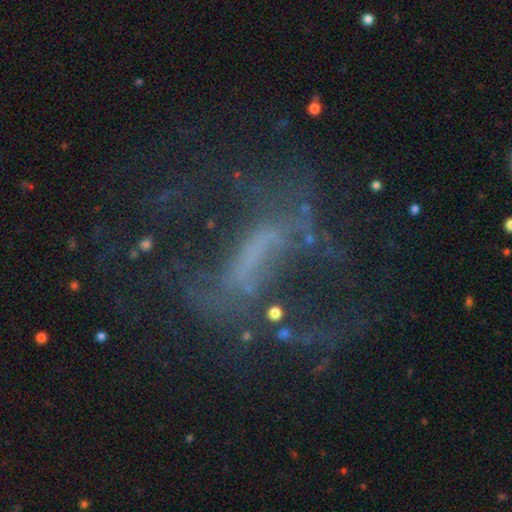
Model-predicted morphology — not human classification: Smooth or featured: featured or disk — 69% (star or artifact — 20%)
Edge-on disk: no — 90% (yes — 10%)
Bar: strong — 45% (weak — 30%)
Spiral arms: yes — 58% (no — 42%)
Bulge size: none — 57% (small — 25%)
Merging: none — 47% (major disturbance — 33%)